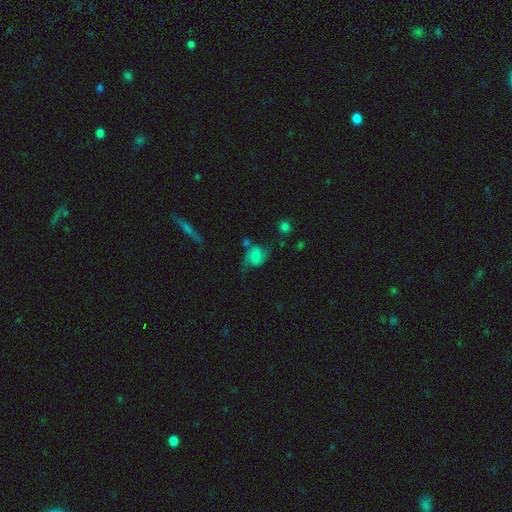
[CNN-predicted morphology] Overall: featured or disk (61%; smooth 29%). Edge-on disk: no (97%). Bar: weak (44%; no 42%). Spiral arms: yes (90%). Spiral arm count: 2 (88%). Spiral winding: loose (54%; medium 37%). Bulge size: moderate (30%; small 27%). Merging: none (51%; minor disturbance 23%).